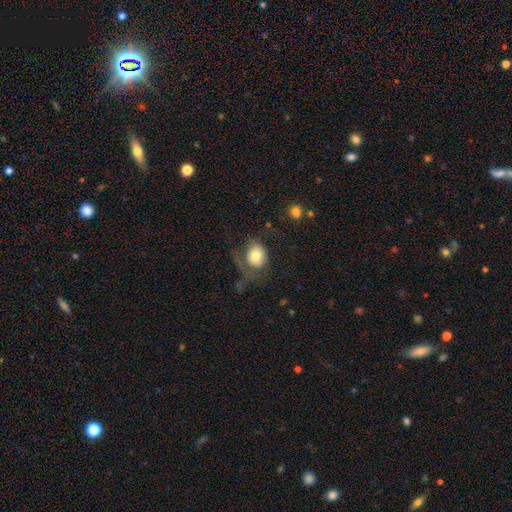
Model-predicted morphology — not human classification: Smooth or featured? Predicted: smooth (p=0.74). How rounded? Predicted: round (p=0.51). Merging? Predicted: none (p=0.39).